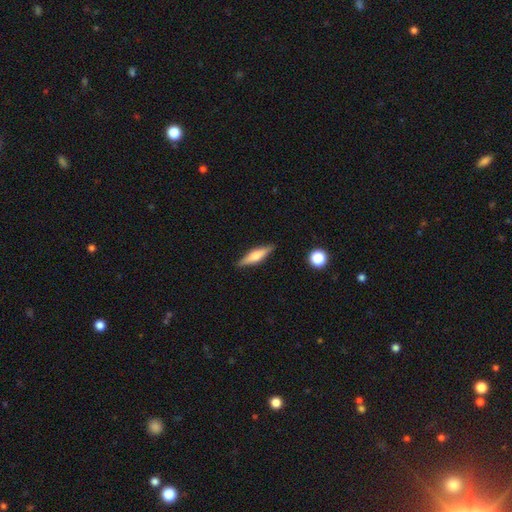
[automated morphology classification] A featured or disk galaxy (48%). Merging: none (88%).